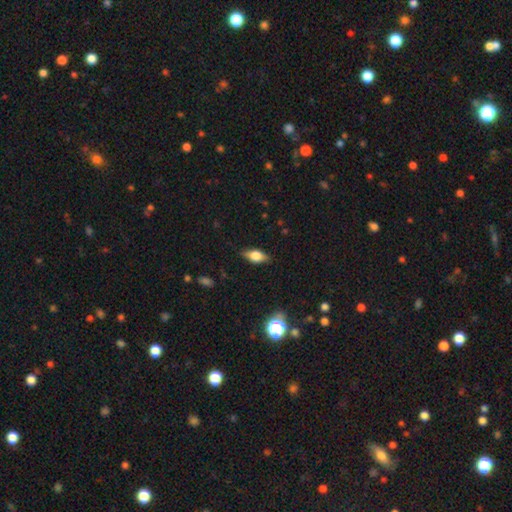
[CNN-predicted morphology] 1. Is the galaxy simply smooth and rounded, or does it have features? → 55% smooth, 36% featured or disk, 9% star or artifact.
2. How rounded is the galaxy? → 76% in between, 17% cigar-shaped, 8% round.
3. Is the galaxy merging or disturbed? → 84% none, 12% minor disturbance, 3% major disturbance, 1% merger.